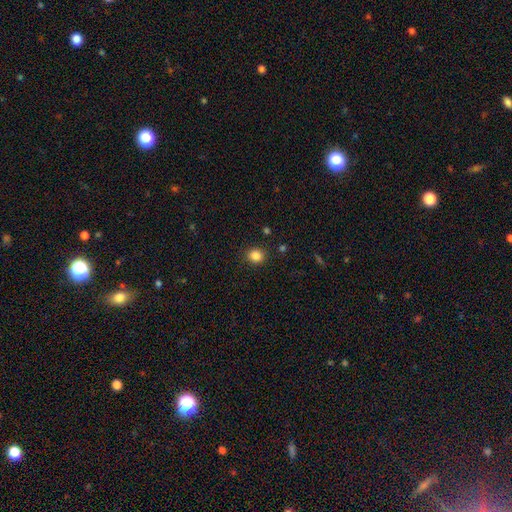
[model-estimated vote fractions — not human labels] Smooth or featured?
  - smooth: 85% *
  - star or artifact: 11%
  - featured or disk: 4%
How rounded?
  - round: 81% *
  - in between: 18%
  - cigar-shaped: 1%
Merging?
  - none: 89% *
  - minor disturbance: 7%
  - major disturbance: 2%
  - merger: 2%